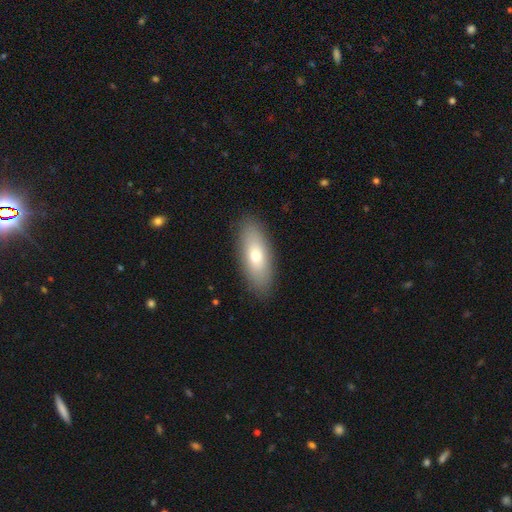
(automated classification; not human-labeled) The model was most divided on "smooth or featured": smooth: 69%, featured or disk: 24%, star or artifact: 6%. More confident: merging — none (89%); how rounded — in between (73%).